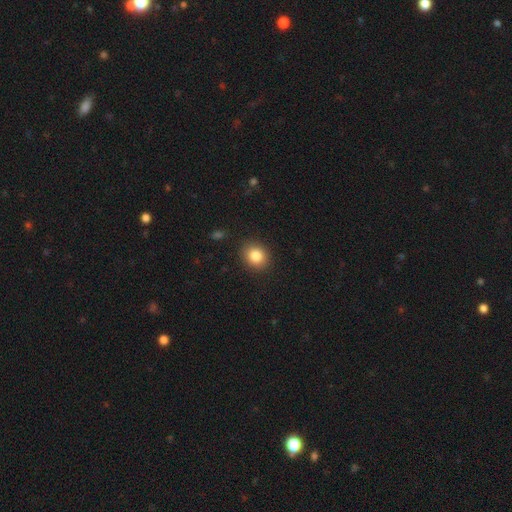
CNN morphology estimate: Overall: smooth (85%). How rounded: round (69%; in between 30%). Merging: none (89%).